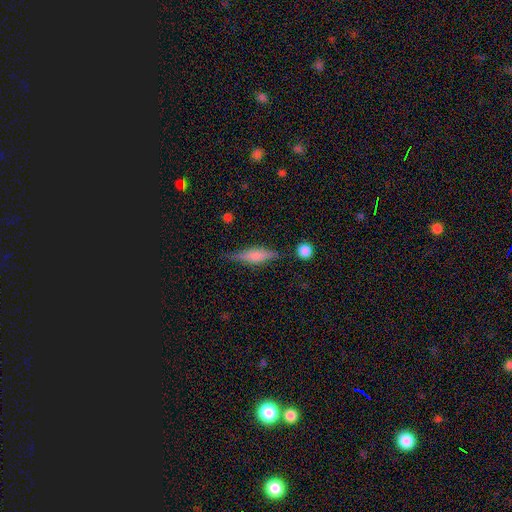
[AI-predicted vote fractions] Overall: featured or disk (51%; smooth 41%). Edge-on disk: yes (94%). Merging: none (76%).